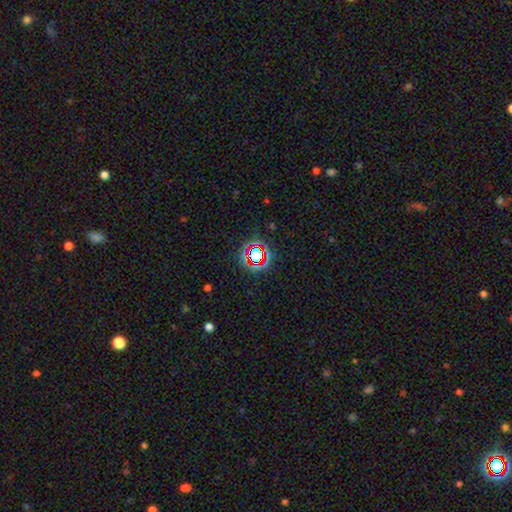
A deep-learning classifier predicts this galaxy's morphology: Overall: star or artifact (67%).